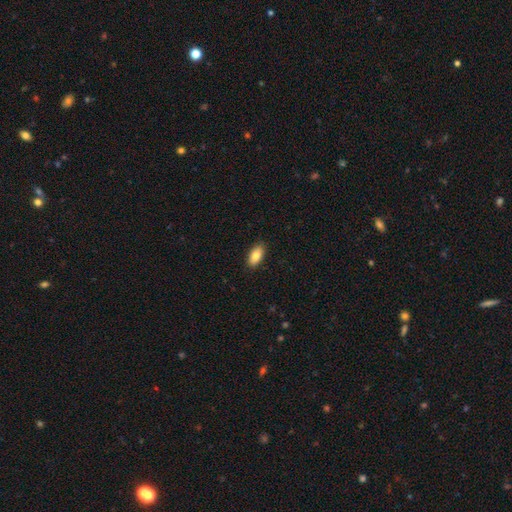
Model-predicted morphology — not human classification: Smooth or featured? Predicted: smooth (p=0.83). How rounded? Predicted: in between (p=0.91). Merging? Predicted: none (p=0.89).